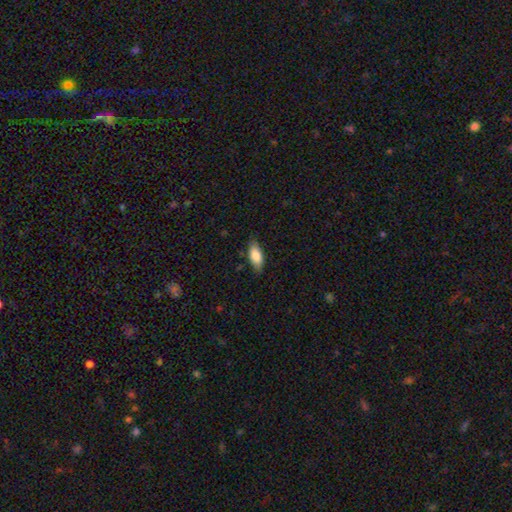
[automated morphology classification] Overall: smooth (81%). How rounded: in between (82%). Merging: none (82%).